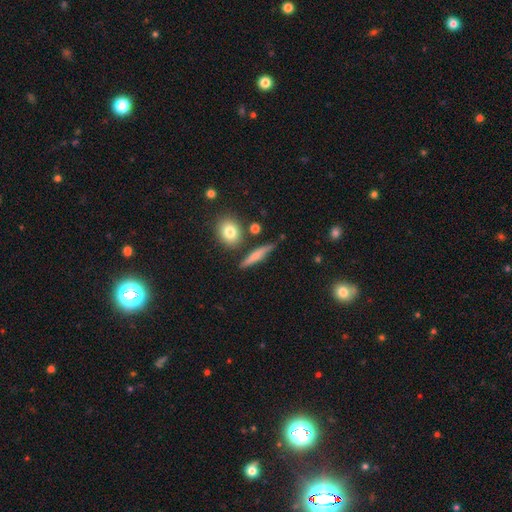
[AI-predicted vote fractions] Q: Smooth or featured?
A: smooth (55%); runner-up: featured or disk (37%)
Q: How rounded?
A: cigar-shaped (76%); runner-up: in between (17%)
Q: Merging?
A: none (76%); runner-up: minor disturbance (15%)